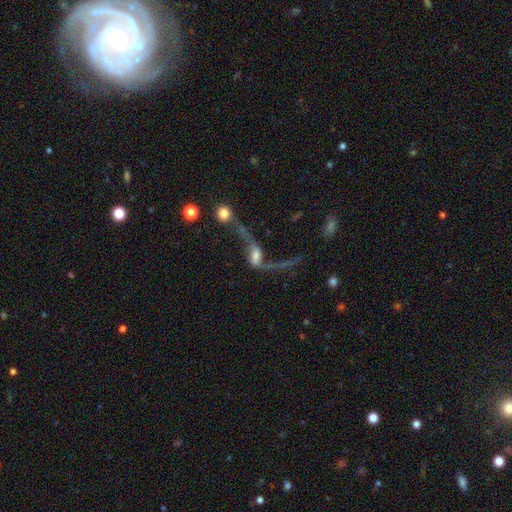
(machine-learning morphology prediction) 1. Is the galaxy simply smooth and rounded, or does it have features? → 69% featured or disk, 21% smooth, 10% star or artifact.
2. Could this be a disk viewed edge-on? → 89% no, 11% yes.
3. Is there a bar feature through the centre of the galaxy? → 40% no, 38% weak, 22% strong.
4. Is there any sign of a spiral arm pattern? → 76% yes, 24% no.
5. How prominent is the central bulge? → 37% moderate, 27% small, 17% none, 16% large, 4% dominant.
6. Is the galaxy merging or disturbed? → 43% merger, 30% major disturbance, 18% none, 9% minor disturbance.